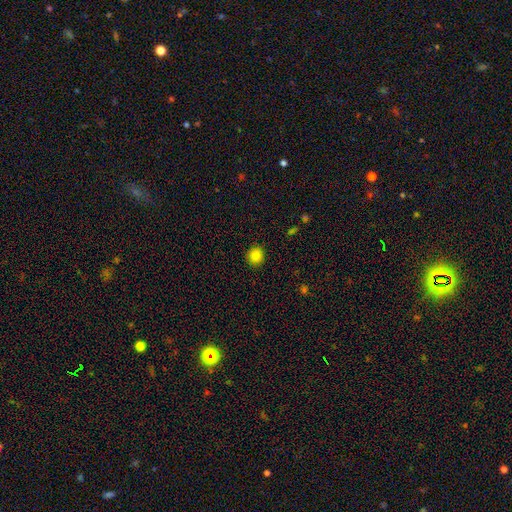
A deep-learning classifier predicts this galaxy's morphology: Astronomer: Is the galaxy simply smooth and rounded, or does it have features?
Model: smooth — 85%.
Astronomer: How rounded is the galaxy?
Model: round — 85%.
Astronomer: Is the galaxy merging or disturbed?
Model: none — 90%.